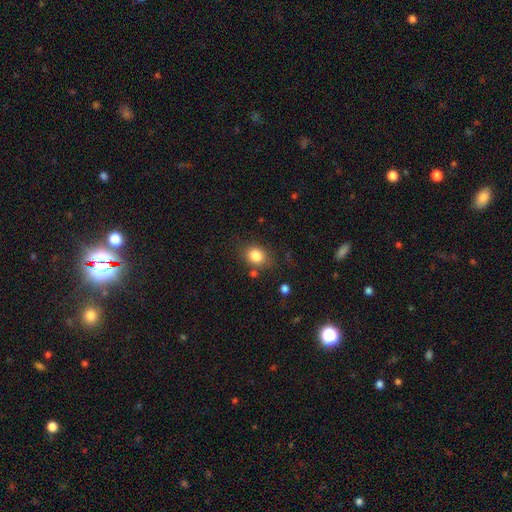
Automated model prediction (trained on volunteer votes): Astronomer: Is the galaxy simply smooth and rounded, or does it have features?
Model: smooth — 83%.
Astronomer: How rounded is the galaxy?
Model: round — 50% (runner-up: in between, 49%).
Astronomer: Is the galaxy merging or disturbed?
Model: none — 77%.